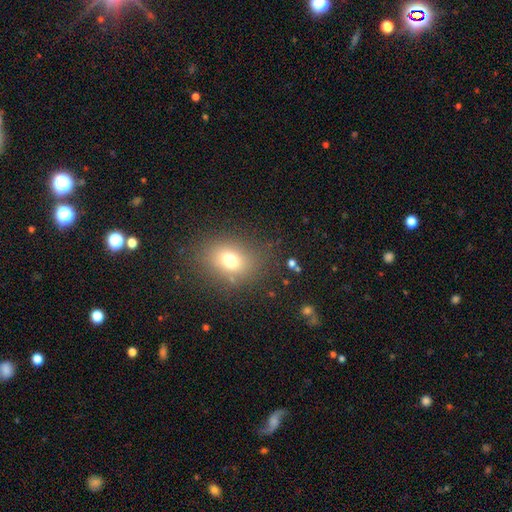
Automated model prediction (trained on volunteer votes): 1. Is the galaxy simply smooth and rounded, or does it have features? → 61% smooth, 28% star or artifact, 10% featured or disk.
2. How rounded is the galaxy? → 54% in between, 44% round, 2% cigar-shaped.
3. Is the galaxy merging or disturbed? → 86% none, 8% minor disturbance, 3% major disturbance, 2% merger.